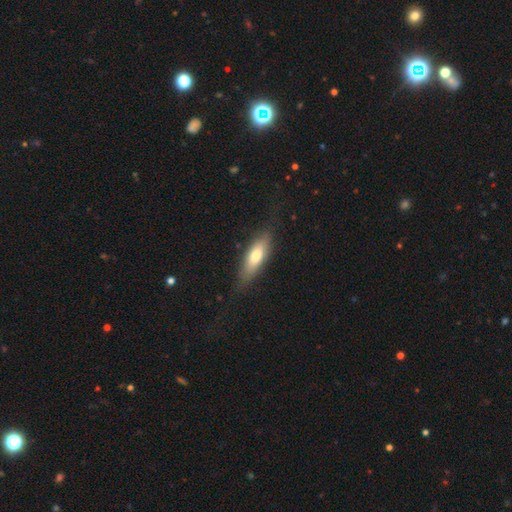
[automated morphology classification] Smooth or featured? smooth (69%)
How rounded? in between (58%)
Merging? none (78%)